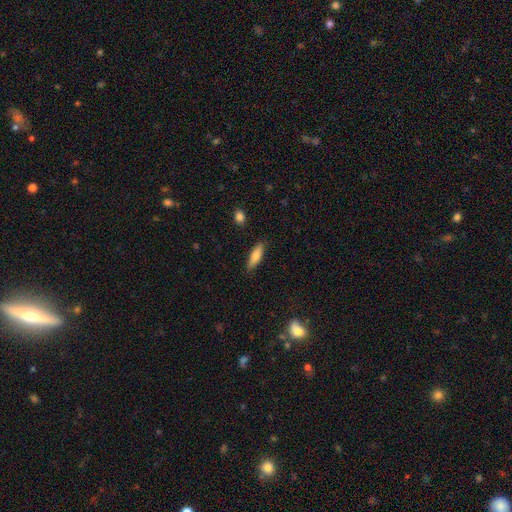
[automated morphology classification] type=smooth (80%); roundness=cigar-shaped (56%); merging=none (87%).